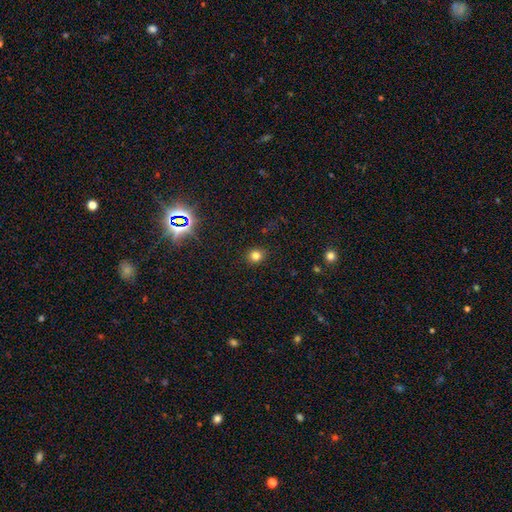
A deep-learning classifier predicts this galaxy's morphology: This appears to be a smooth galaxy with no disk features (79%) that is round (84%). Merging: none (90%).